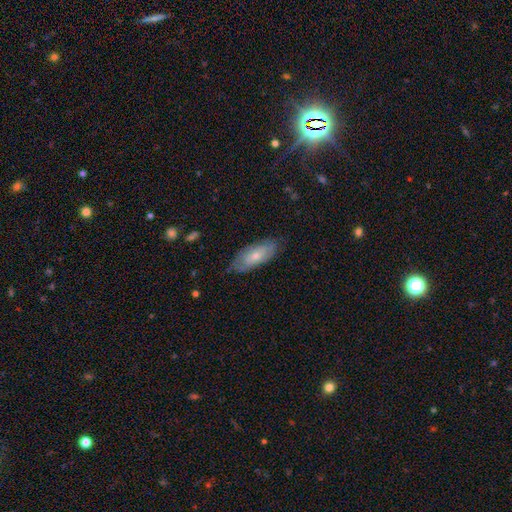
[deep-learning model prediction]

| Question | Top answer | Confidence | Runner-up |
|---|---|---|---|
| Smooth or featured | smooth | 54% | featured or disk (40%) |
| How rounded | in between | 82% | cigar-shaped (16%) |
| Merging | none | 72% | minor disturbance (22%) |